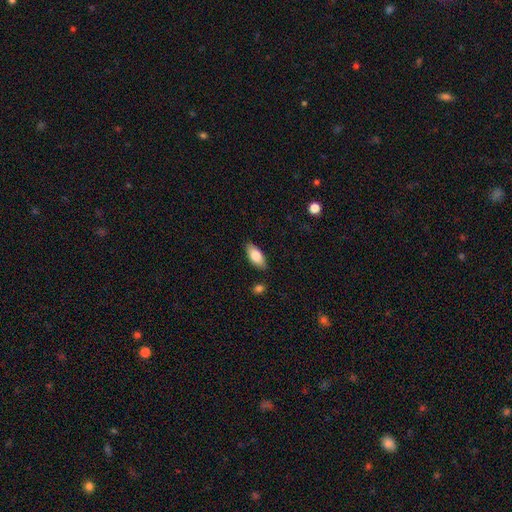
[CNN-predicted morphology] The model was most divided on "smooth or featured": smooth: 79%, featured or disk: 15%, star or artifact: 6%. More confident: how rounded — in between (87%); merging — none (85%).